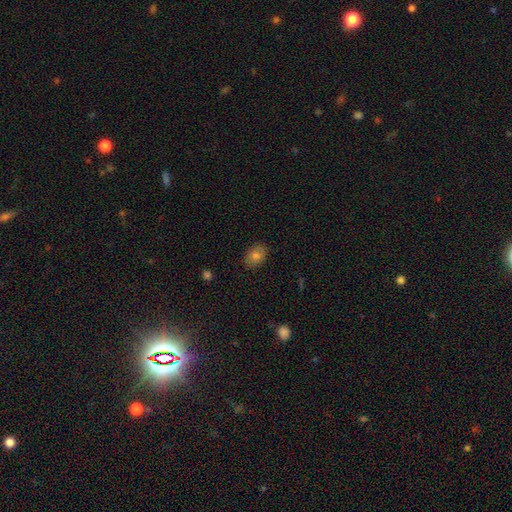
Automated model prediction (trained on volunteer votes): smooth 80%, featured or disk 11%, star or artifact 9%. Down the decision tree: how rounded — in between (77%); merging — none (86%).